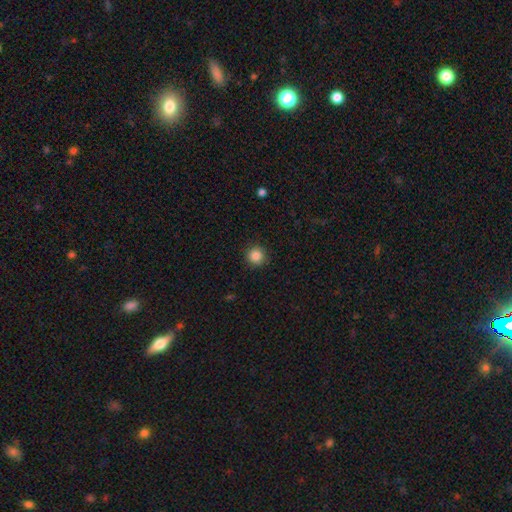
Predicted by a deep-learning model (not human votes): smooth_or_featured: smooth (p=0.86) [alt: star or artifact p=0.11]
how_rounded: round (p=0.94) [alt: in between p=0.05]
merging: none (p=0.91) [alt: minor disturbance p=0.06]